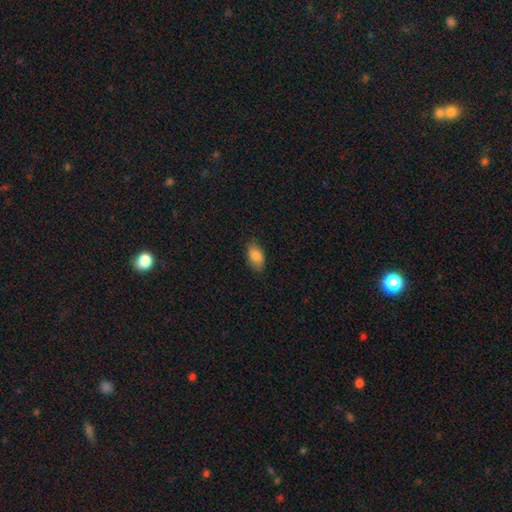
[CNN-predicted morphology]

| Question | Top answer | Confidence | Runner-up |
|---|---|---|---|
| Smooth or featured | smooth | 85% | featured or disk (8%) |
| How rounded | in between | 92% | round (6%) |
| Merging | none | 82% | minor disturbance (14%) |